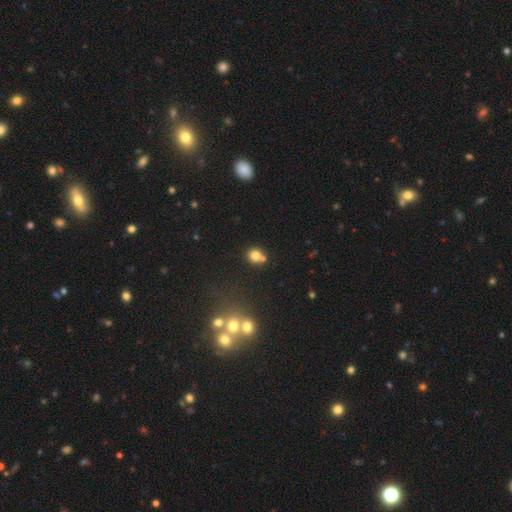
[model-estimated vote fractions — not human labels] This appears to be a smooth galaxy with no disk features (77%) that is round (86%). Merging: none (58%).